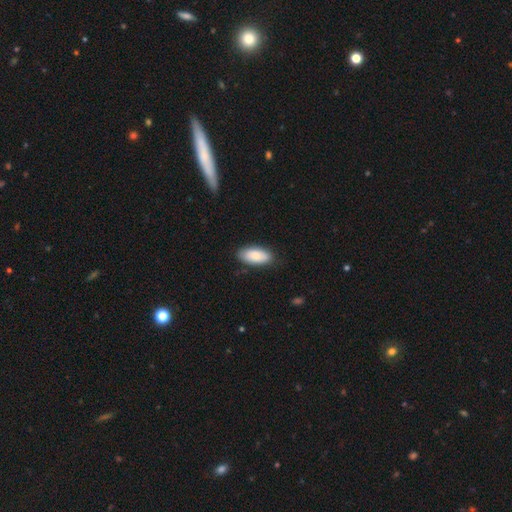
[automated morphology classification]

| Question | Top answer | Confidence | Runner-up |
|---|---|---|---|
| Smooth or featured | smooth | 82% | featured or disk (12%) |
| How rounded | in between | 92% | cigar-shaped (6%) |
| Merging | none | 83% | minor disturbance (13%) |